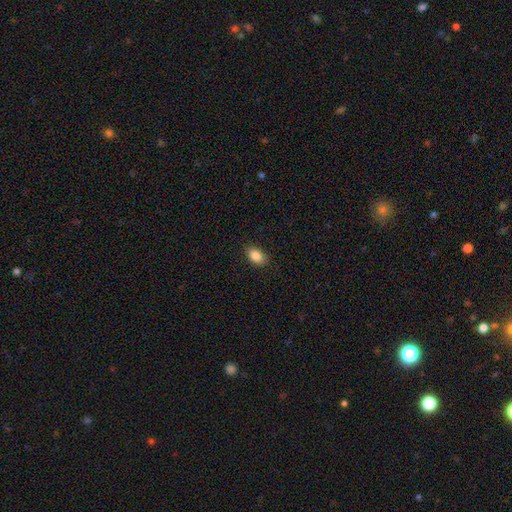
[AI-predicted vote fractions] This appears to be a smooth galaxy with no disk features (87%) that is in between round and cigar-shaped (89%). Merging: none (85%).